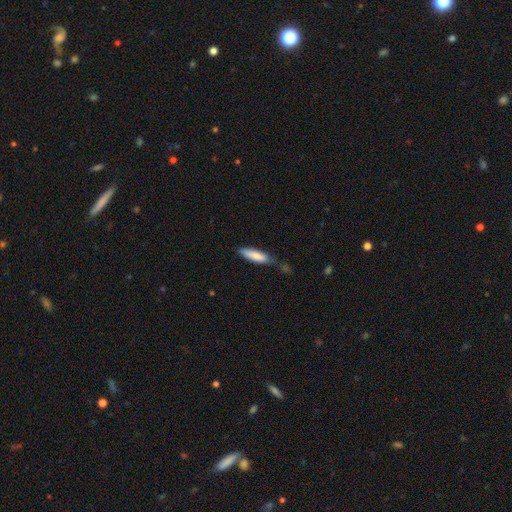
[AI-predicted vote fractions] Smooth or featured? smooth (81%)
How rounded? cigar-shaped (67%)
Merging? none (60%)